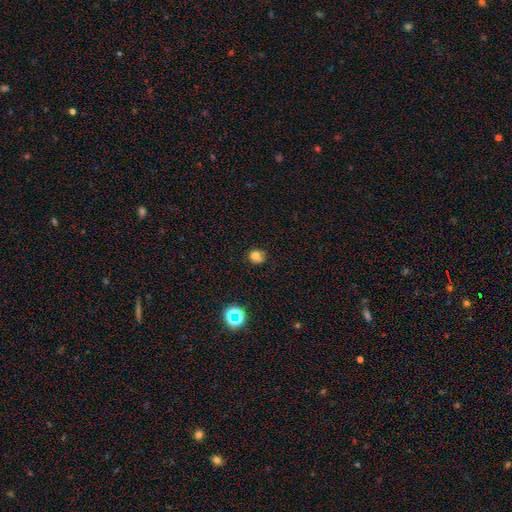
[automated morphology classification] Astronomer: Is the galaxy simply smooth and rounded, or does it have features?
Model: smooth — 74%.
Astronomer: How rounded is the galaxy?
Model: round — 78%.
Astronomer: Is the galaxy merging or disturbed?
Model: none — 62%.